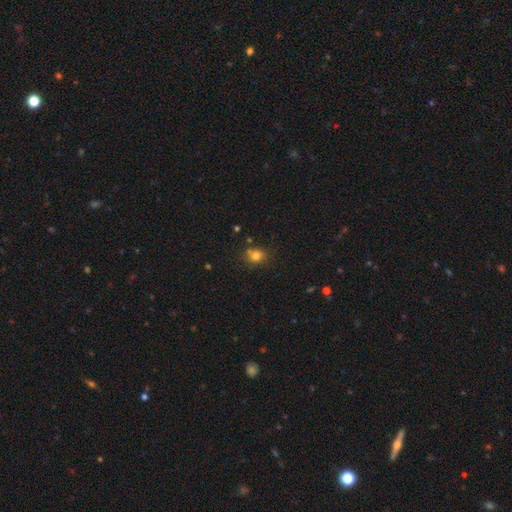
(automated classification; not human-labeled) Smooth or featured? smooth (77%)
How rounded? round (69%)
Merging? none (65%)